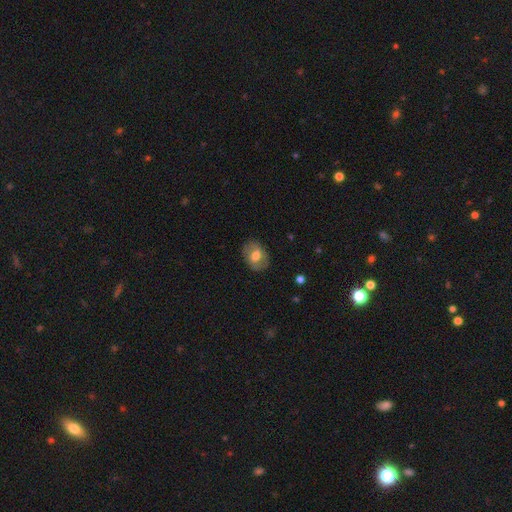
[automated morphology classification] smooth_or_featured: smooth (p=0.59) [alt: featured or disk p=0.34]
how_rounded: in between (p=0.67) [alt: round p=0.31]
merging: none (p=0.79) [alt: minor disturbance p=0.15]